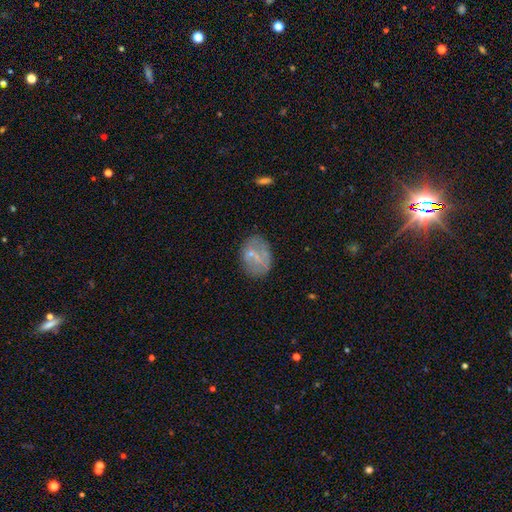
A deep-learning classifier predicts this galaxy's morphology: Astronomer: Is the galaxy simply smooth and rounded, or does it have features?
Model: featured or disk — 46% (runner-up: smooth, 41%).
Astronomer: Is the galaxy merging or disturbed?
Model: none — 67%.